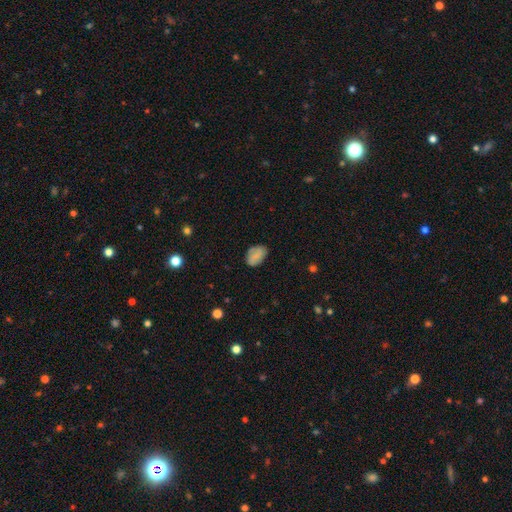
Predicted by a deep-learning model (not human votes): smooth 74%, featured or disk 17%, star or artifact 9%. Down the decision tree: how rounded — in between (87%); merging — none (75%).